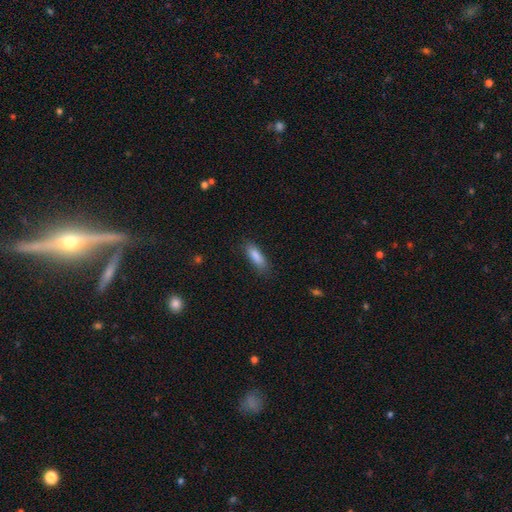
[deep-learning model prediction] smooth-or-featured: smooth: 85% | featured or disk: 8% | star or artifact: 7%
  how-rounded: cigar-shaped: 49% (tied) | in between: 49% (tied) | round: 2%
  merging: none: 83% | minor disturbance: 13% | major disturbance: 3% | merger: 1%